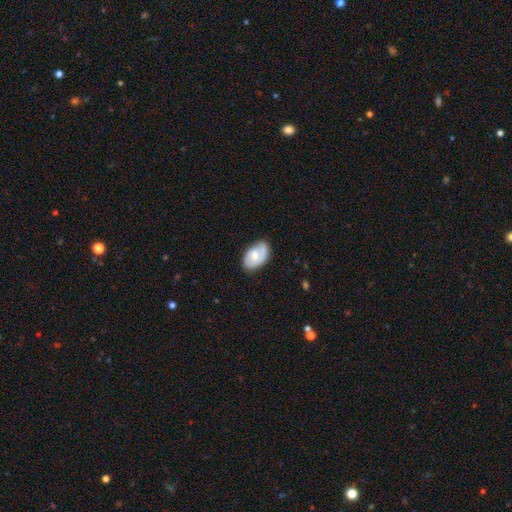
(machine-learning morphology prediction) Overall: smooth (48%; featured or disk 46%). Merging: none (71%).